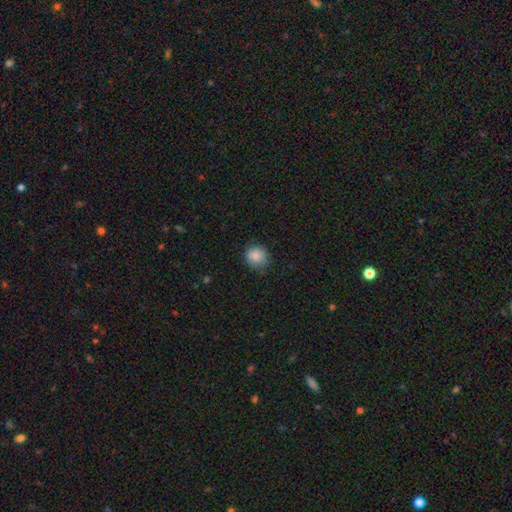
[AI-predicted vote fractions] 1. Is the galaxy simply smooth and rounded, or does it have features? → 86% smooth, 9% star or artifact, 5% featured or disk.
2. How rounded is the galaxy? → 85% round, 15% in between, 1% cigar-shaped.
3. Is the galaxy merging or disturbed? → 79% none, 16% minor disturbance, 4% major disturbance, 1% merger.